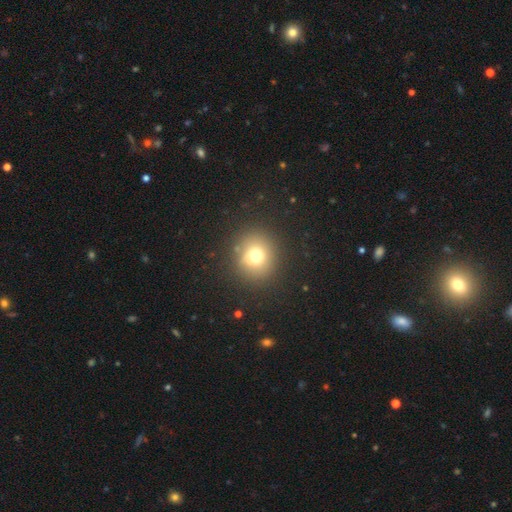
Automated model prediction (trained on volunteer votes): This is likely a smooth galaxy (71%). How rounded: clearly round (85%). Merging: clearly none (83%).